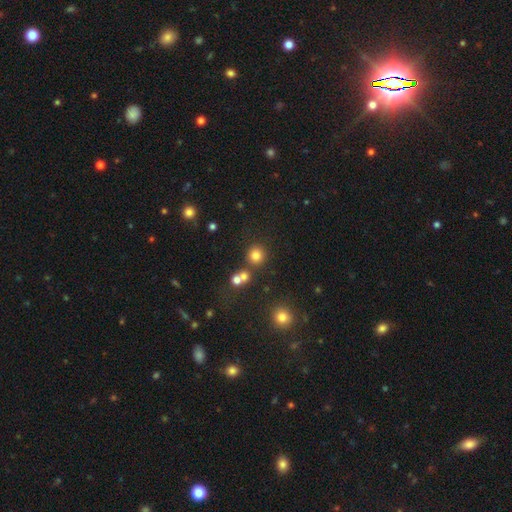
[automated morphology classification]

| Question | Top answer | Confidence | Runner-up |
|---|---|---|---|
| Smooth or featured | smooth | 78% | star or artifact (15%) |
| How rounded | round | 91% | in between (8%) |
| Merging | none | 76% | merger (12%) |